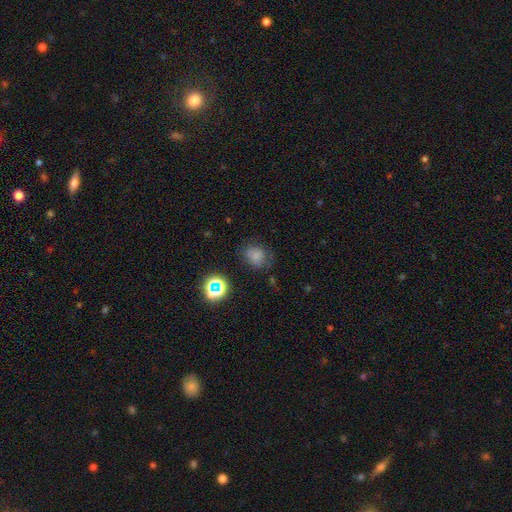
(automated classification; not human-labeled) Smooth or featured: smooth — 70% (star or artifact — 20%)
How rounded: round — 63% (in between — 36%)
Merging: none — 63% (minor disturbance — 23%)